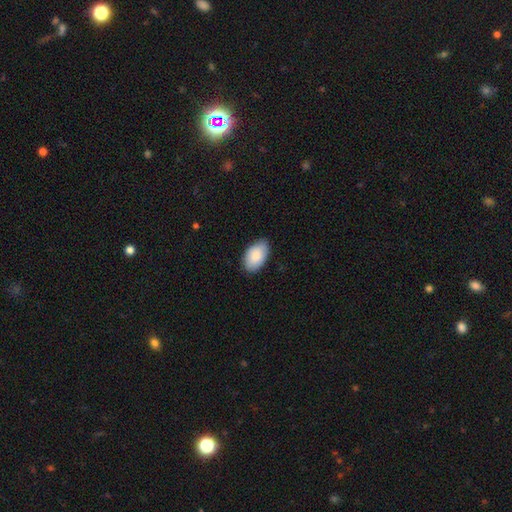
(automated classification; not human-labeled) smooth 87%, featured or disk 7%, star or artifact 6%. Down the decision tree: how rounded — in between (95%); merging — none (81%).